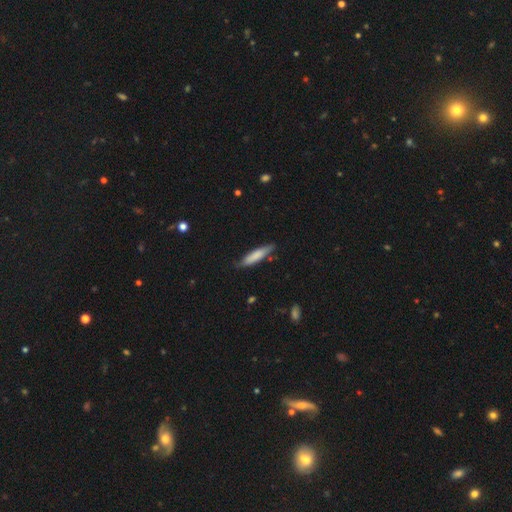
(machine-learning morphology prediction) Smooth or featured: smooth — 75% (featured or disk — 19%)
How rounded: cigar-shaped — 80% (in between — 18%)
Merging: none — 76% (minor disturbance — 19%)